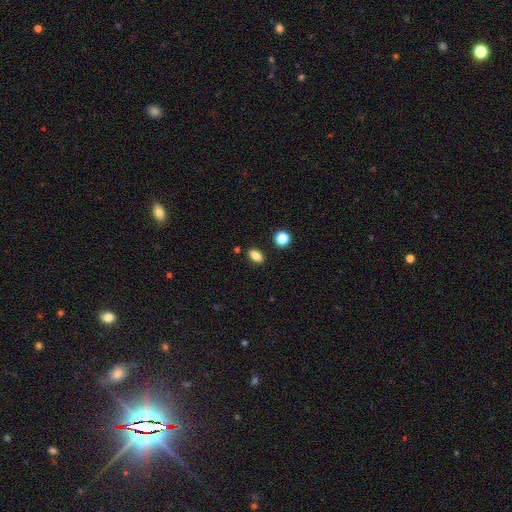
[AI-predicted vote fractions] Overall: smooth (82%). How rounded: in between (85%). Merging: none (86%).